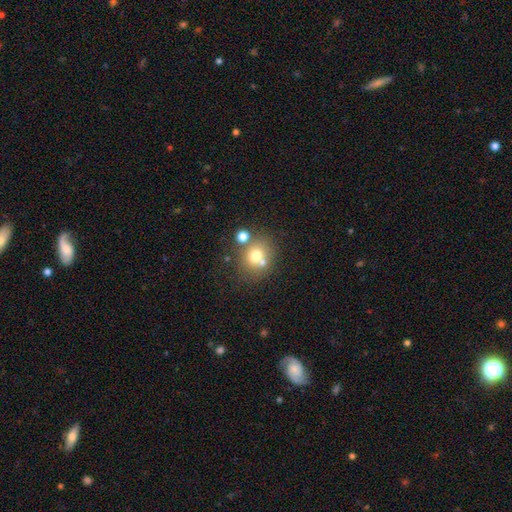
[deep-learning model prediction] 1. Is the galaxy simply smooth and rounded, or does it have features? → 69% smooth, 17% featured or disk, 14% star or artifact.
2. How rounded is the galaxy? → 78% round, 21% in between, 1% cigar-shaped.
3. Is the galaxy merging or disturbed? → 58% none, 27% merger, 10% minor disturbance, 4% major disturbance.